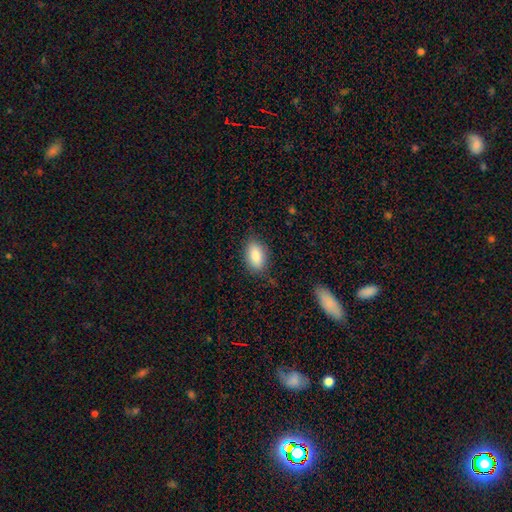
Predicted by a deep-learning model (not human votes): This is clearly a smooth galaxy (87%). How rounded: clearly in between (92%). Merging: clearly none (82%).